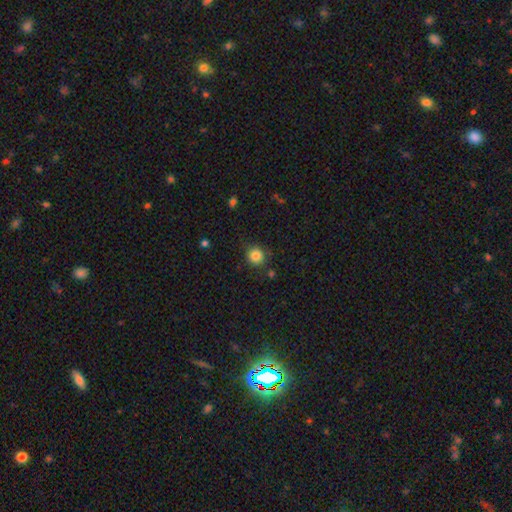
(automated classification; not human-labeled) This appears to be a smooth galaxy with no disk features (84%) that is round (92%). Merging: none (83%).